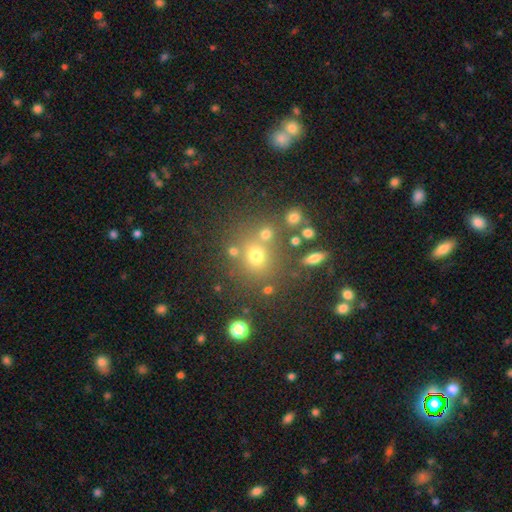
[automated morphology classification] Smooth or featured? Predicted: smooth (p=0.65). How rounded? Predicted: round (p=0.80). Merging? Predicted: none (p=0.65).